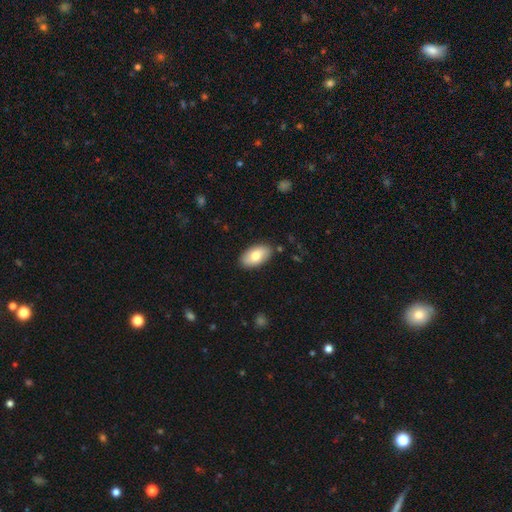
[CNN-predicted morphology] type=smooth (75%); roundness=in between (94%); merging=none (87%).